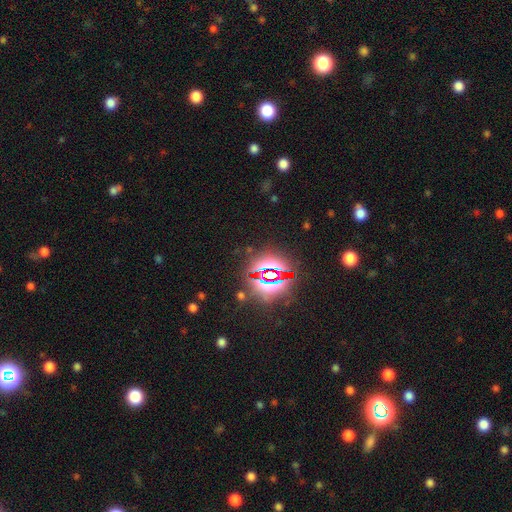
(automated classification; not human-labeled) Smooth or featured? star or artifact (84%)